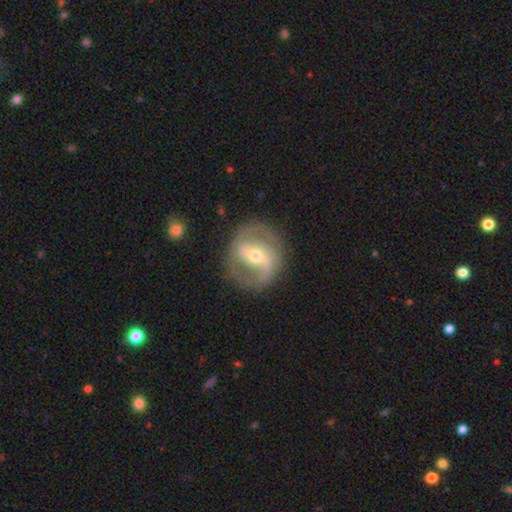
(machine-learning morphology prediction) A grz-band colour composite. It shows a featured or disk galaxy (85%) with a strong bar (41%), 2 (84%) medium (48%) spiral arms (91%) and a moderate central bulge (62%). Merging: none (79%).